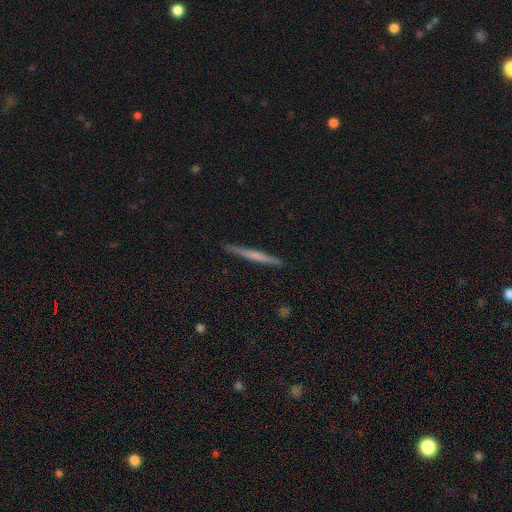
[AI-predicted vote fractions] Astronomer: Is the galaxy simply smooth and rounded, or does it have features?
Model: smooth — 50% (runner-up: featured or disk, 45%).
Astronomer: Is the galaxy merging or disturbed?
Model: none — 91%.